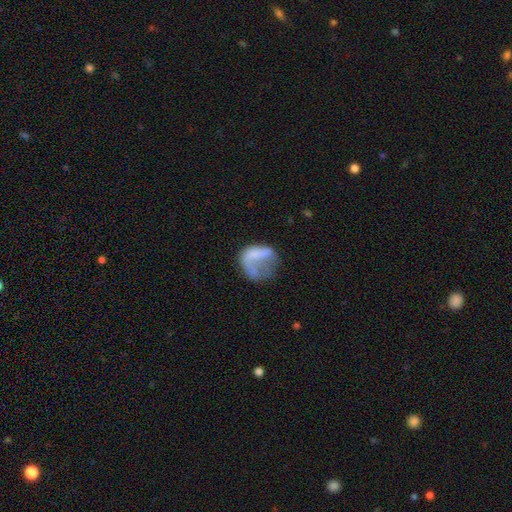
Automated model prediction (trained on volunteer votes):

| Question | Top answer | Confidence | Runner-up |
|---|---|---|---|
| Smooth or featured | smooth | 49% | featured or disk (42%) |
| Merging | major disturbance | 51% | none (25%) |